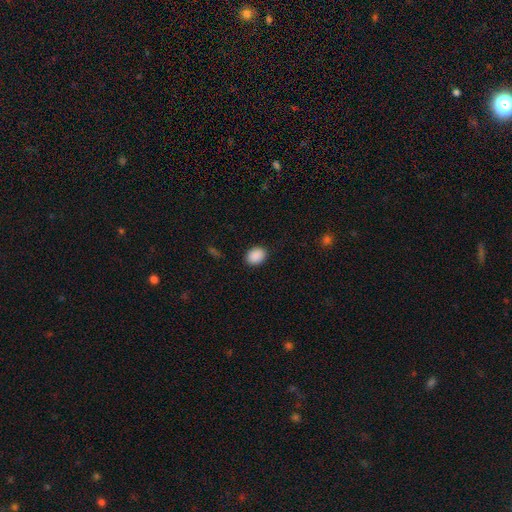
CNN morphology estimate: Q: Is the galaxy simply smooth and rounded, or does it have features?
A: smooth — 90%.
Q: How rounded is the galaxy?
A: in between — 61%.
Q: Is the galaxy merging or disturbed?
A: none — 89%.